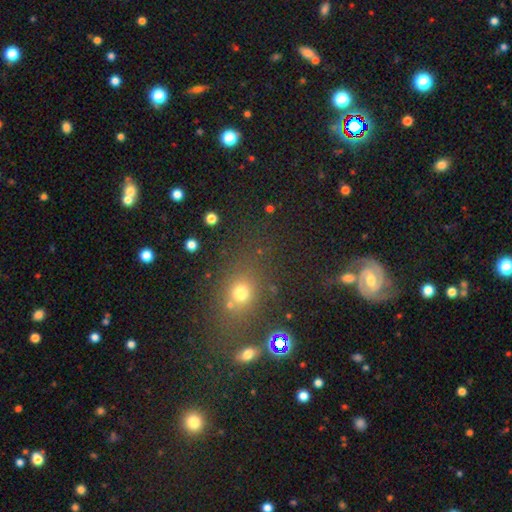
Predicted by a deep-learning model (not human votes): This appears to be a smooth galaxy with no disk features (50%) that is round (49%). Merging: none (76%).